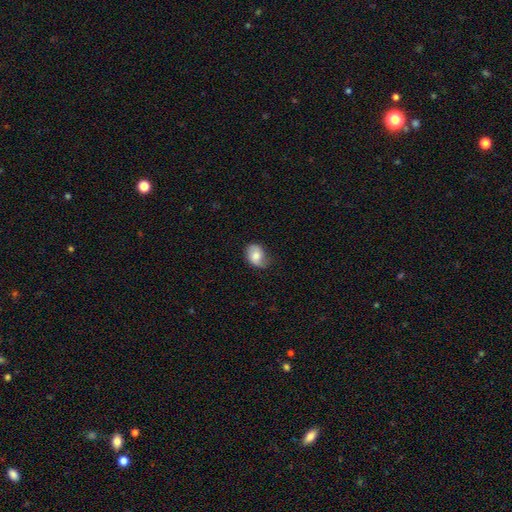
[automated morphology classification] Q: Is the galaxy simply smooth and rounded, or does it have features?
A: smooth — 66%.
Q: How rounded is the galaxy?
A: in between — 68%.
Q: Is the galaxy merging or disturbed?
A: none — 63%.